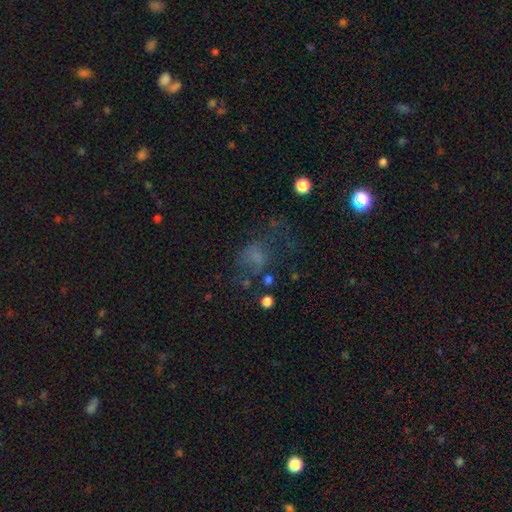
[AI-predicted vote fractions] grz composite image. It shows a smooth galaxy with no disk features (45%). Merging: major disturbance (40%).